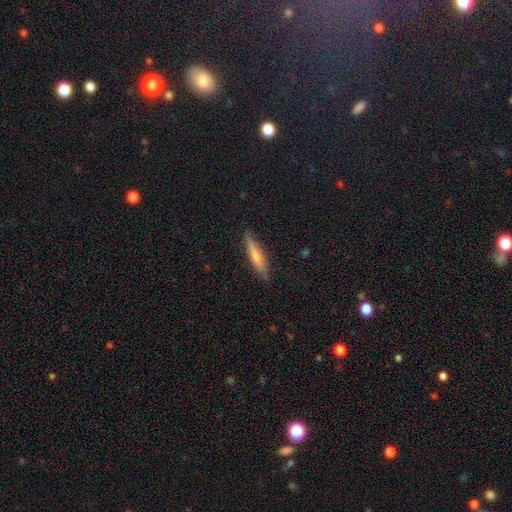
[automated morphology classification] Overall: smooth (53%; featured or disk 40%). How rounded: cigar-shaped (88%). Merging: none (86%).